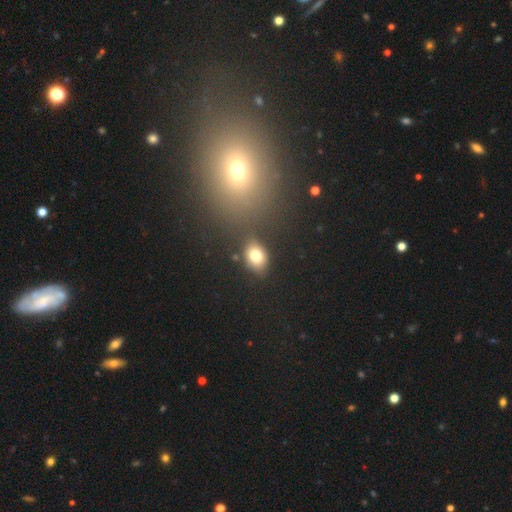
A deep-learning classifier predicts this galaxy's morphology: smooth-or-featured: smooth: 78% | star or artifact: 12% | featured or disk: 10%
  how-rounded: in between: 67% | round: 32% | cigar-shaped: 1%
  merging: none: 77% | minor disturbance: 13% | merger: 6% | major disturbance: 4%